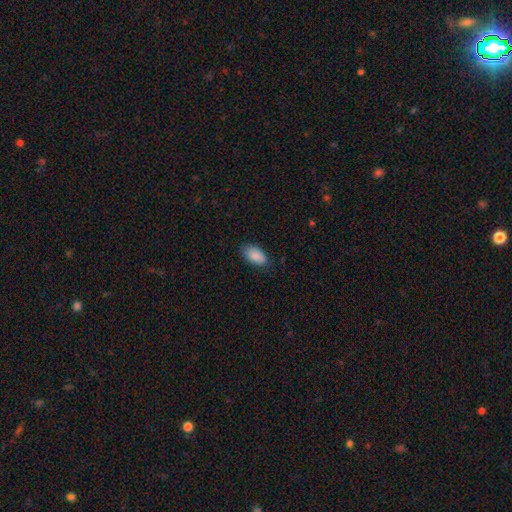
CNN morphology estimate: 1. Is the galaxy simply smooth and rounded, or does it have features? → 89% smooth, 6% star or artifact, 5% featured or disk.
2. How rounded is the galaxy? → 94% in between, 3% round, 3% cigar-shaped.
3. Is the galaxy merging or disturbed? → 78% none, 18% minor disturbance, 3% major disturbance, 1% merger.